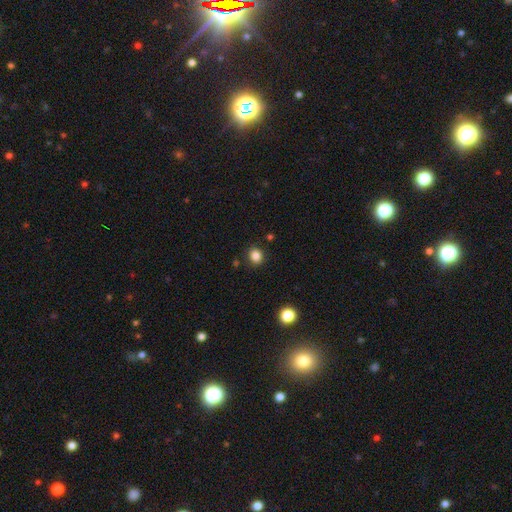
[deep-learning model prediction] Smooth or featured?
  - smooth: 84% *
  - star or artifact: 11%
  - featured or disk: 4%
How rounded?
  - round: 67% *
  - in between: 32%
  - cigar-shaped: 1%
Merging?
  - none: 87% *
  - minor disturbance: 8%
  - major disturbance: 2%
  - merger: 2%